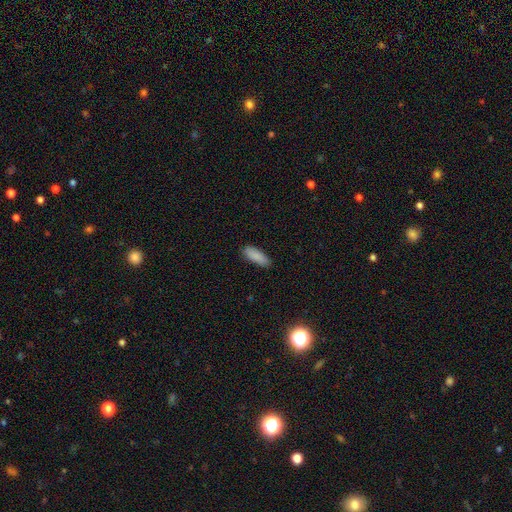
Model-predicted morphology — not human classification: Q: Smooth or featured?
A: smooth (88%); runner-up: star or artifact (7%)
Q: How rounded?
A: in between (65%); runner-up: cigar-shaped (34%)
Q: Merging?
A: none (86%); runner-up: minor disturbance (11%)